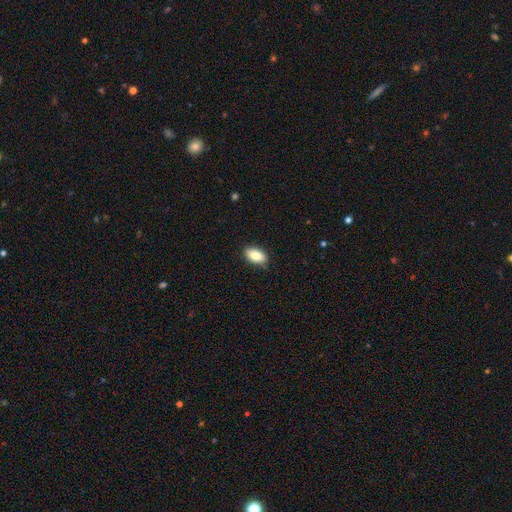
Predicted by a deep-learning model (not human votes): The model was most divided on "merging": none: 85%, minor disturbance: 12%, major disturbance: 2%, merger: 1%. More confident: how rounded — in between (92%); smooth or featured — smooth (85%).